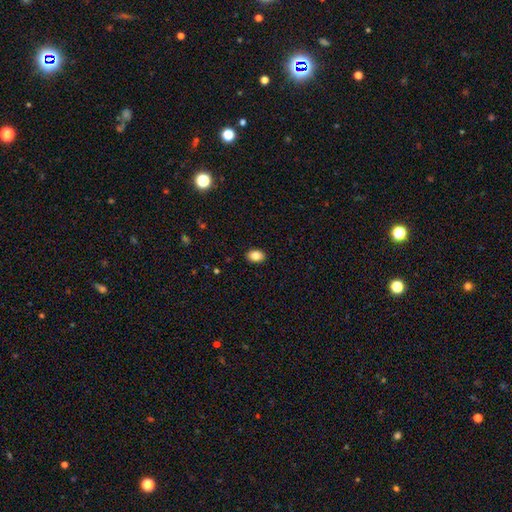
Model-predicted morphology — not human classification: This is clearly a smooth galaxy (84%). How rounded: likely in between (76%). Merging: clearly none (90%).